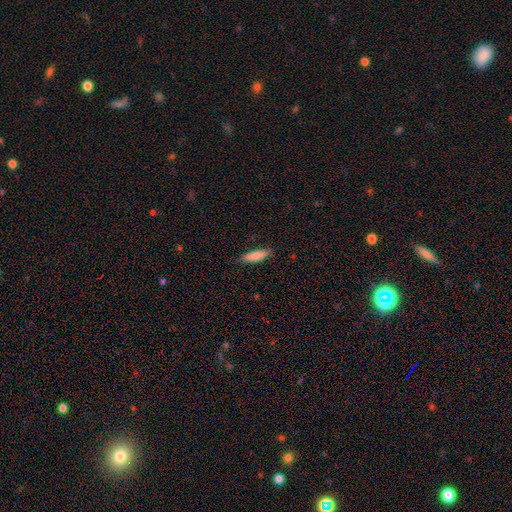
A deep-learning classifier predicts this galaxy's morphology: A smooth galaxy with no disk features (85%) that is cigar-shaped (58%). Merging: none (84%).